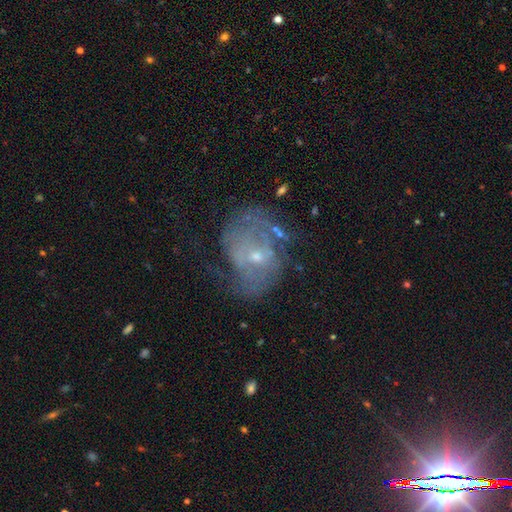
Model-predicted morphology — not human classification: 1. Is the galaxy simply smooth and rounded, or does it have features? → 74% featured or disk, 17% smooth, 10% star or artifact.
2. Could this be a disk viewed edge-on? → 97% no, 3% yes.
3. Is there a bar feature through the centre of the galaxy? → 63% no, 31% weak, 6% strong.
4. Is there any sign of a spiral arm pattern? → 70% yes, 30% no.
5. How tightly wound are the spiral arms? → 39% medium, 34% tight, 27% loose.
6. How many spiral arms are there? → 40% 2, 38% can't tell, 9% 1, 7% 3, 3% 4, 3% more than 4.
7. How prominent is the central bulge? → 65% small, 31% moderate, 2% none, 1% large, 1% dominant.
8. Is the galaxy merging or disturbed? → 44% none, 28% major disturbance, 24% minor disturbance, 4% merger.